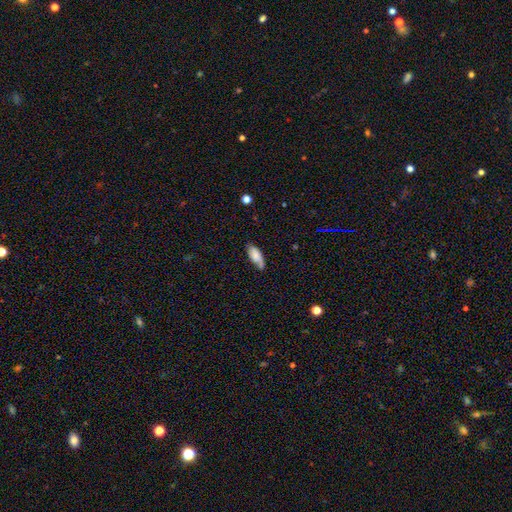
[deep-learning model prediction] smooth 75%, featured or disk 18%, star or artifact 7%. Down the decision tree: how rounded — in between (84%); merging — none (59%).